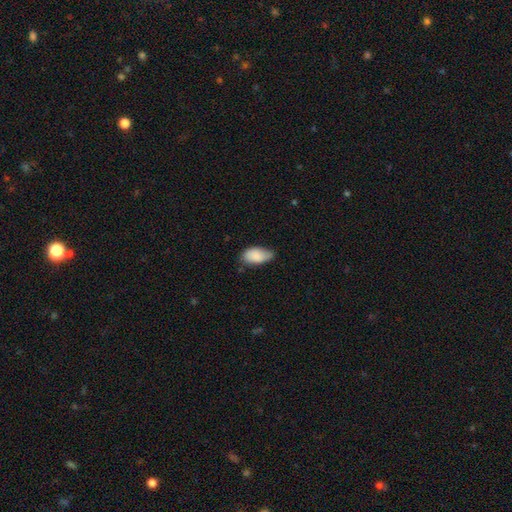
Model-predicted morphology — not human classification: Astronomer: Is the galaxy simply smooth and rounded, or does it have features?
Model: smooth — 85%.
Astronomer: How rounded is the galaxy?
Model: in between — 94%.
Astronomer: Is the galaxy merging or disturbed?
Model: none — 54% (runner-up: minor disturbance, 38%).